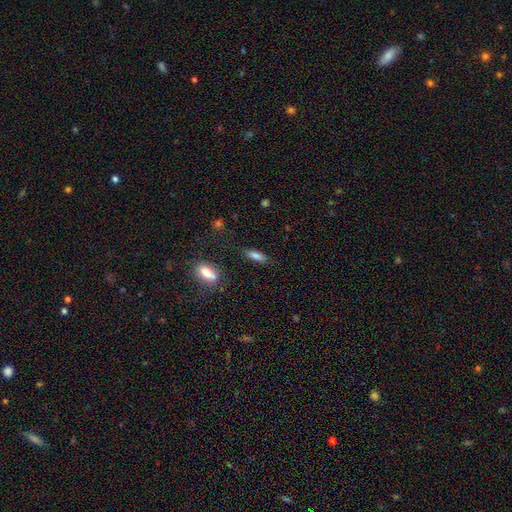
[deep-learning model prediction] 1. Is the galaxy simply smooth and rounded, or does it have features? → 80% smooth, 11% featured or disk, 9% star or artifact.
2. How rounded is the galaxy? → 59% in between, 38% cigar-shaped, 3% round.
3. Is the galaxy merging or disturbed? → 78% none, 14% minor disturbance, 4% merger, 4% major disturbance.